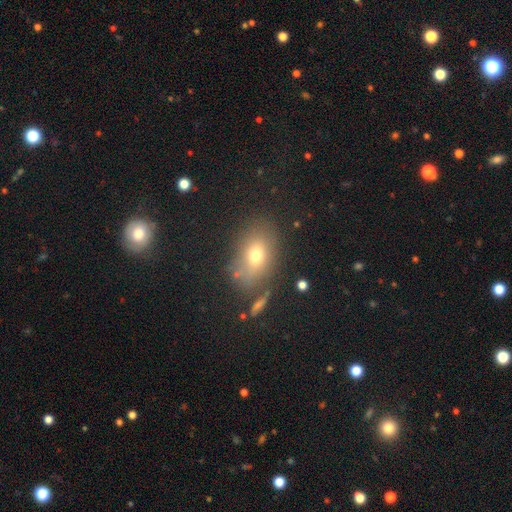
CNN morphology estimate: Smooth or featured? smooth (68%)
How rounded? in between (76%)
Merging? none (72%)